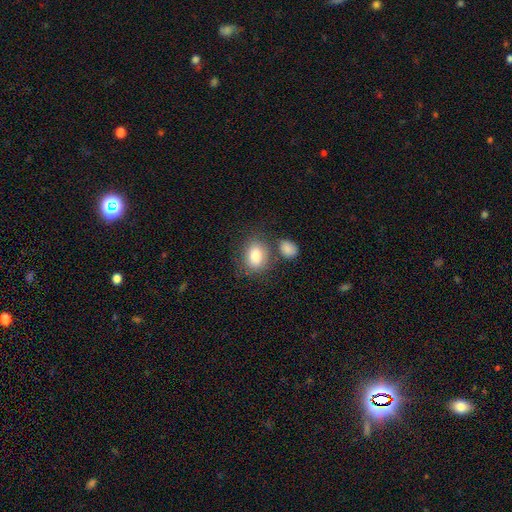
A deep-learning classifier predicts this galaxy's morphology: smooth-or-featured: smooth: 84% | featured or disk: 9% | star or artifact: 7%
  how-rounded: in between: 72% | round: 27% | cigar-shaped: 1%
  merging: none: 64% | minor disturbance: 15% | merger: 15% | major disturbance: 5%